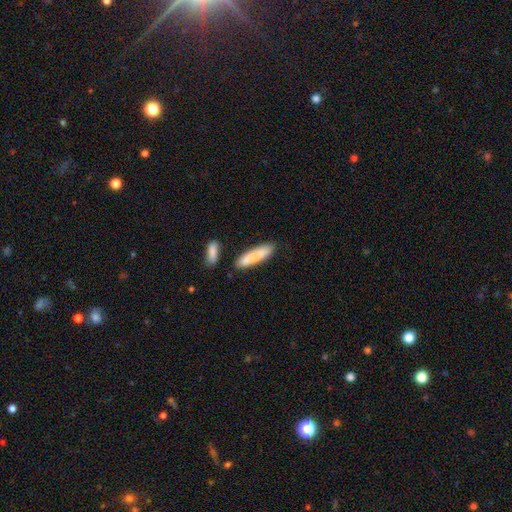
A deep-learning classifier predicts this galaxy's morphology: Overall: smooth (81%). How rounded: cigar-shaped (78%). Merging: none (78%).